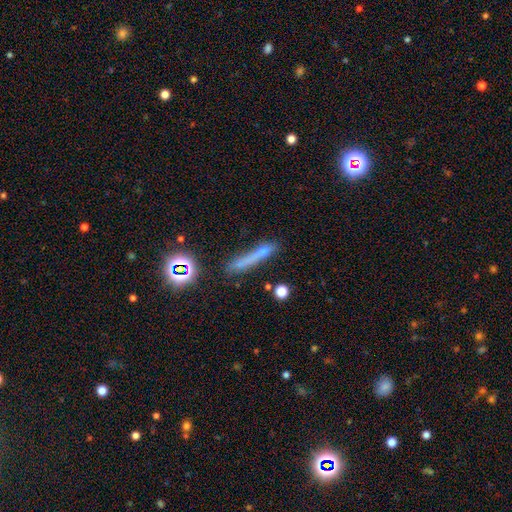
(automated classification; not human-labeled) smooth_or_featured: smooth (p=0.49) [alt: featured or disk p=0.28]
merging: none (p=0.54) [alt: minor disturbance p=0.19]